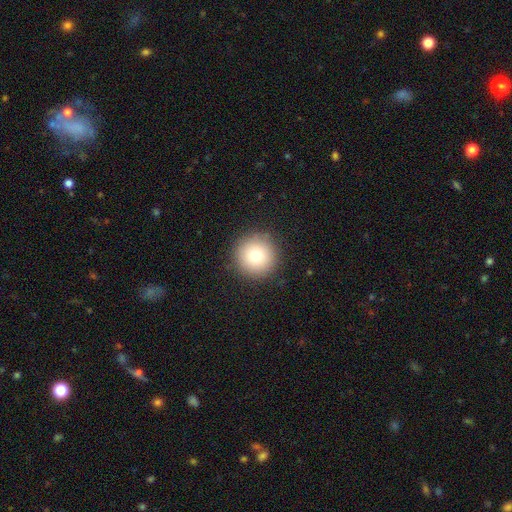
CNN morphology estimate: Smooth or featured? smooth (79%)
How rounded? round (96%)
Merging? none (90%)